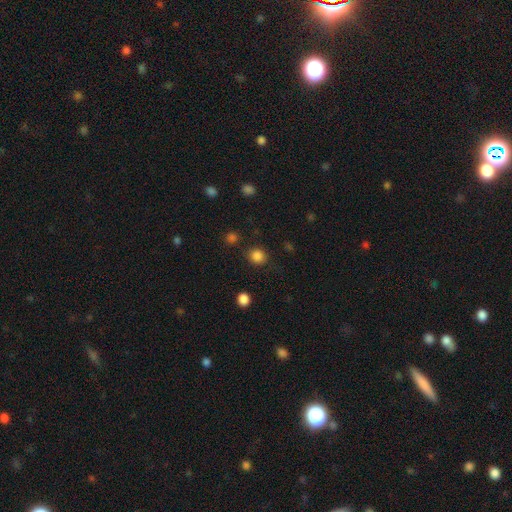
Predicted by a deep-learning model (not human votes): Overall: smooth (85%). How rounded: round (82%). Merging: none (86%).